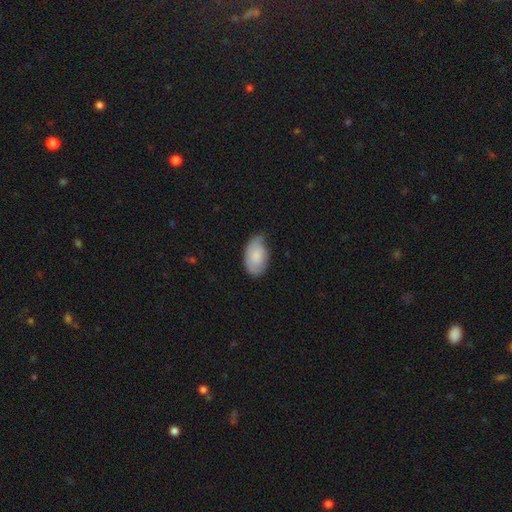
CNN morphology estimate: This is clearly a smooth galaxy (81%). How rounded: clearly in between (94%). Merging: possibly none (55%).